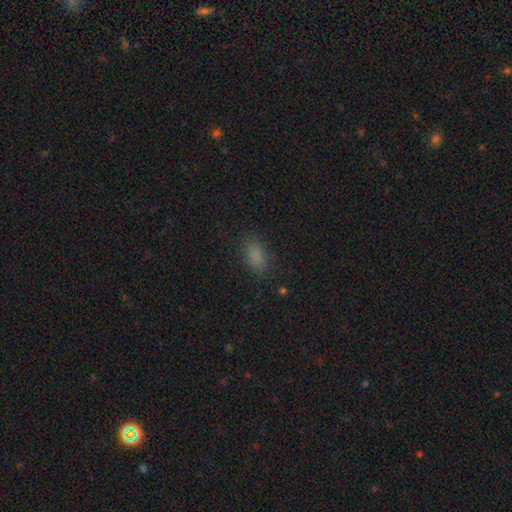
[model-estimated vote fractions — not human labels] Smooth or featured?
  - smooth: 83% *
  - star or artifact: 13%
  - featured or disk: 4%
How rounded?
  - in between: 89% *
  - round: 7%
  - cigar-shaped: 4%
Merging?
  - none: 84% *
  - minor disturbance: 12%
  - major disturbance: 4%
  - merger: 1%